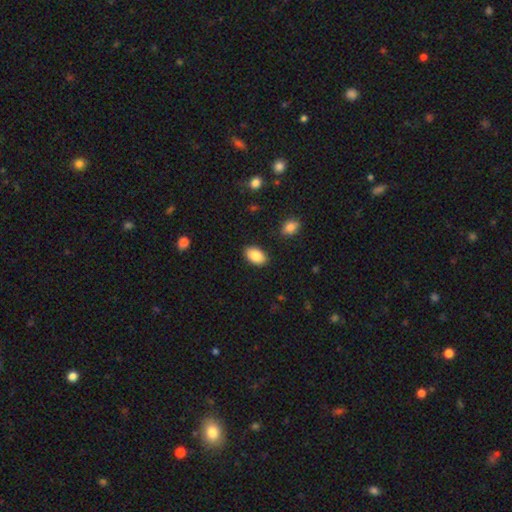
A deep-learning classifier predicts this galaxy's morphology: This is clearly a smooth galaxy (87%). How rounded: clearly in between (93%). Merging: clearly none (88%).